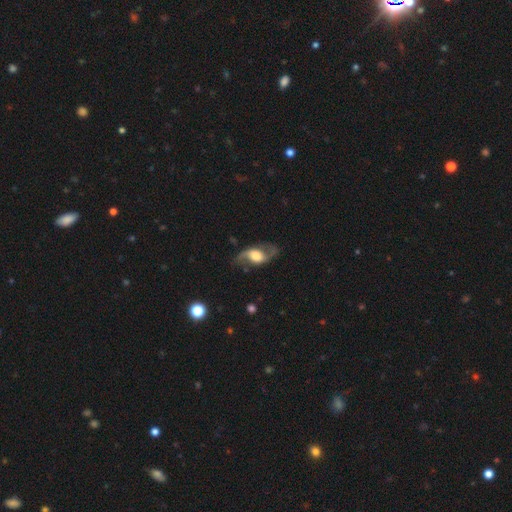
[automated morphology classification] Overall: featured or disk (77%). Edge-on disk: no (91%). Bar: no (50%; weak 36%). Spiral arms: yes (91%). Spiral arm count: 2 (92%). Spiral winding: loose (65%; medium 28%). Bulge size: large (46%; moderate 33%). Merging: none (72%).